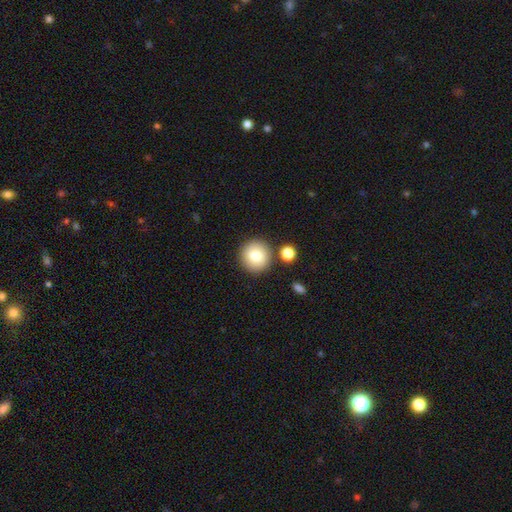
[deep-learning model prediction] smooth-or-featured: smooth: 83% | featured or disk: 9% | star or artifact: 8%
  how-rounded: round: 93% | in between: 6% | cigar-shaped: 1%
  merging: none: 82% | minor disturbance: 8% | merger: 8% | major disturbance: 2%